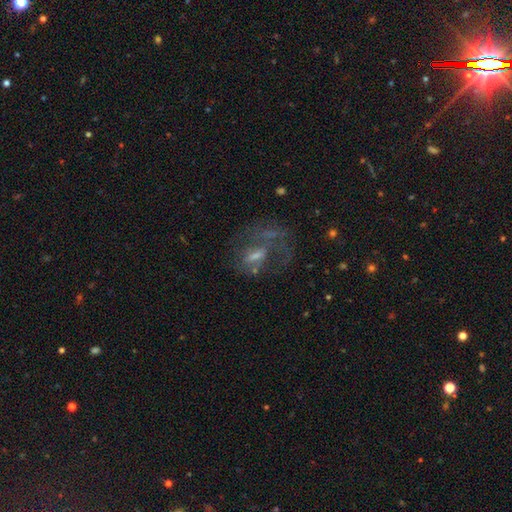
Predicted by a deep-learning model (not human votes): featured or disk 62%, smooth 21%, star or artifact 17%. Down the decision tree: edge-on disk — no (94%); bar — weak (41%, tied with no); spiral arms — yes (54%); bulge size — small (39%); merging — none (40%).